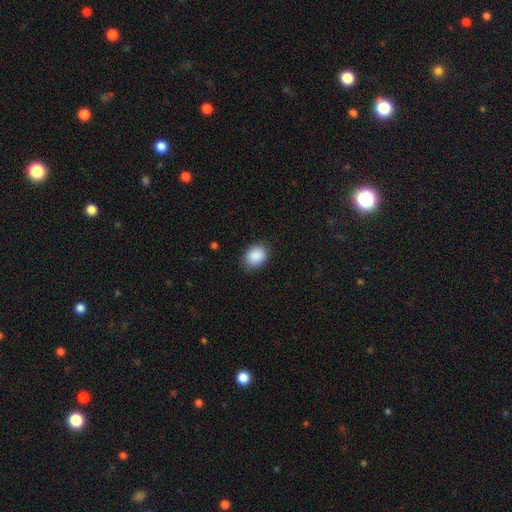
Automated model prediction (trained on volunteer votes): Smooth or featured?
  - smooth: 89% *
  - star or artifact: 8%
  - featured or disk: 3%
How rounded?
  - in between: 56% *
  - round: 43%
  - cigar-shaped: 1%
Merging?
  - none: 85% *
  - minor disturbance: 12%
  - major disturbance: 3%
  - merger: 1%